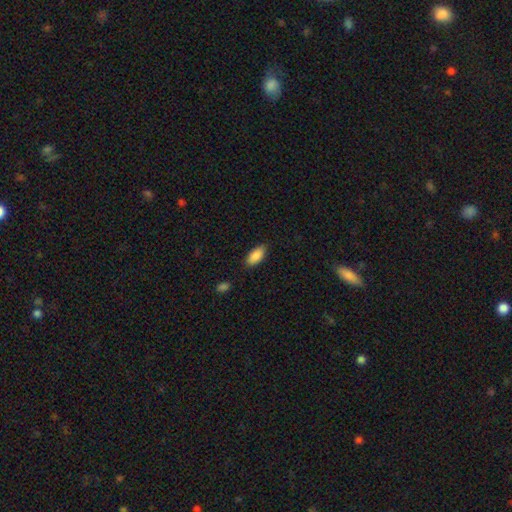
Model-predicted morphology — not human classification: This appears to be a smooth galaxy with no disk features (89%) that is in between round and cigar-shaped (89%). Merging: none (85%).